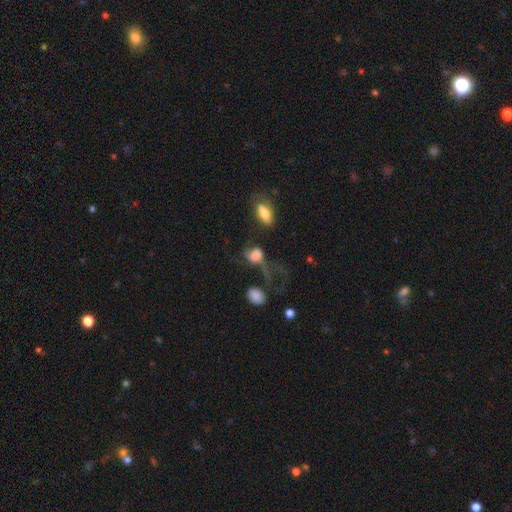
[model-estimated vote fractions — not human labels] Q: Smooth or featured?
A: smooth (58%); runner-up: featured or disk (30%)
Q: How rounded?
A: in between (50%); runner-up: round (48%)
Q: Merging?
A: major disturbance (47%); runner-up: none (24%)